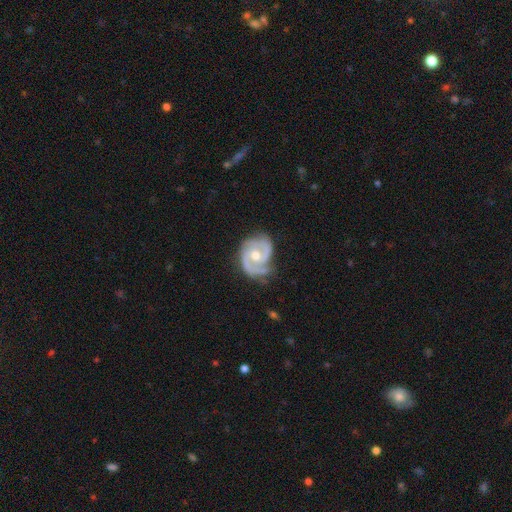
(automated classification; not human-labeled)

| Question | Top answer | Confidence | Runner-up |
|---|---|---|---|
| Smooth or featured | featured or disk | 90% | smooth (6%) |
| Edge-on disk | no | 98% | yes (2%) |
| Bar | no | 65% | weak (28%) |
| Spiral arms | yes | 97% | no (3%) |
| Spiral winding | tight | 49% | medium (41%) |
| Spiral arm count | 2 | 77% | 3 (8%) |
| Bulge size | moderate | 73% | small (22%) |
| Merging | none | 66% | minor disturbance (23%) |